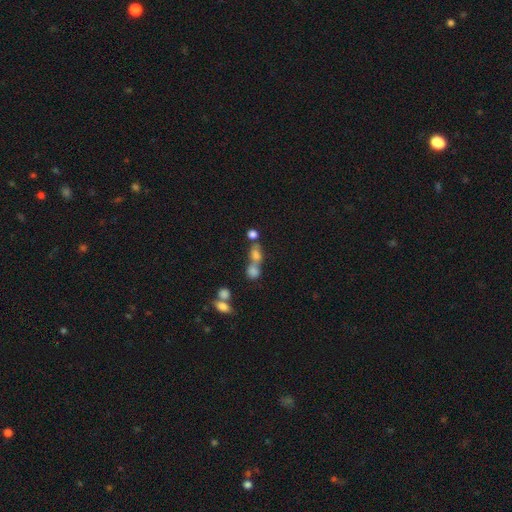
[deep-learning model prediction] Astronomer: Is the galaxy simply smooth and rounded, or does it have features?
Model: smooth — 62%.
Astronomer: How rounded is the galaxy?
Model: round — 53% (runner-up: in between, 41%).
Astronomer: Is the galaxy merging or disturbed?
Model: merger — 55% (runner-up: none, 31%).